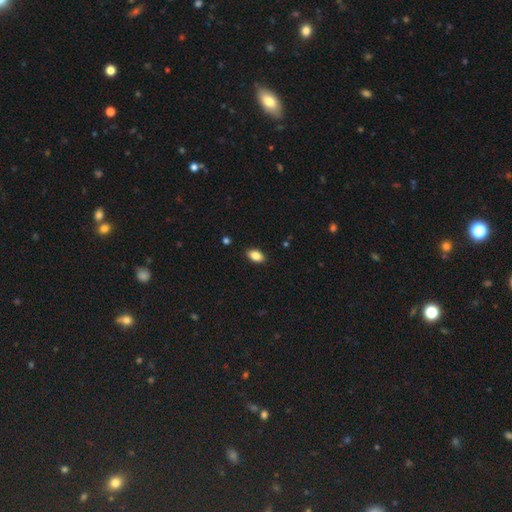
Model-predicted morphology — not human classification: Overall: smooth (86%). How rounded: in between (91%). Merging: none (88%).